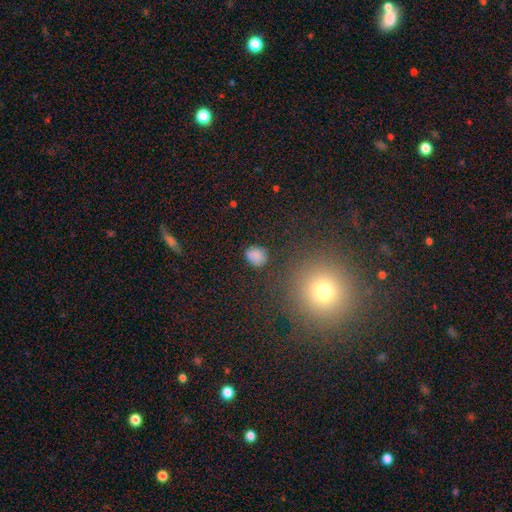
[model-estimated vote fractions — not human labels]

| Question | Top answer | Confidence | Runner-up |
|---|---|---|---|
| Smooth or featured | smooth | 78% | star or artifact (14%) |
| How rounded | round | 68% | in between (31%) |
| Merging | none | 77% | minor disturbance (16%) |